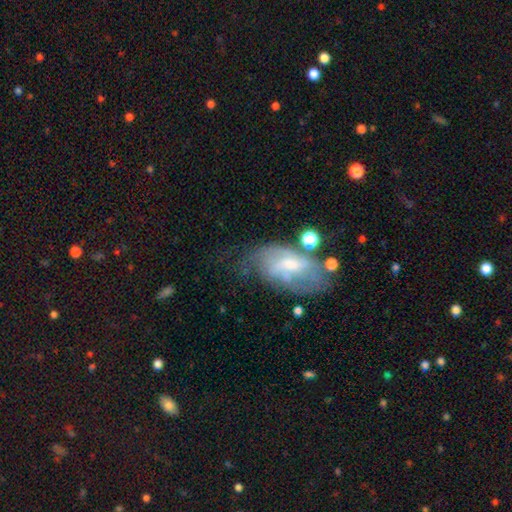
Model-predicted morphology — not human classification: A featured or disk galaxy (58%) with no bar (51%), spiral arms (83%) and a small central bulge (57%). Merging: none (63%).